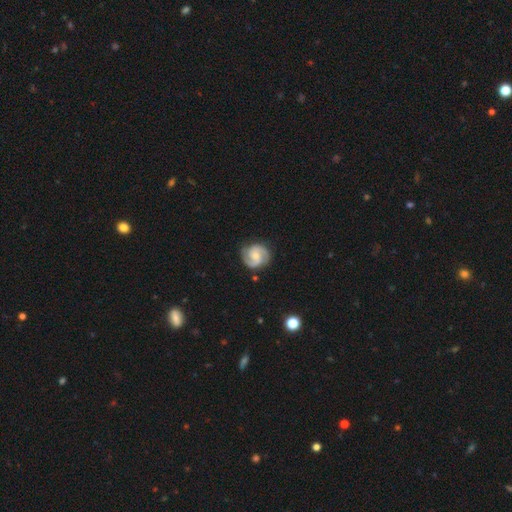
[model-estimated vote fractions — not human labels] Morphology: type=featured or disk (86%); edge-on=no (98%); bar=no (54%); spiral arms=yes (98%); winding=medium (48%); arm count=2 (92%); bulge=small (54%); merging=none (84%).